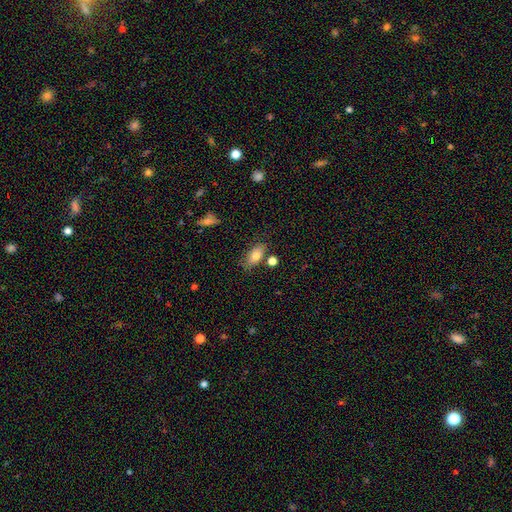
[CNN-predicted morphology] The model was most divided on "merging": none: 72%, minor disturbance: 16%, merger: 8%, major disturbance: 4%. More confident: how rounded — in between (89%); smooth or featured — smooth (80%).